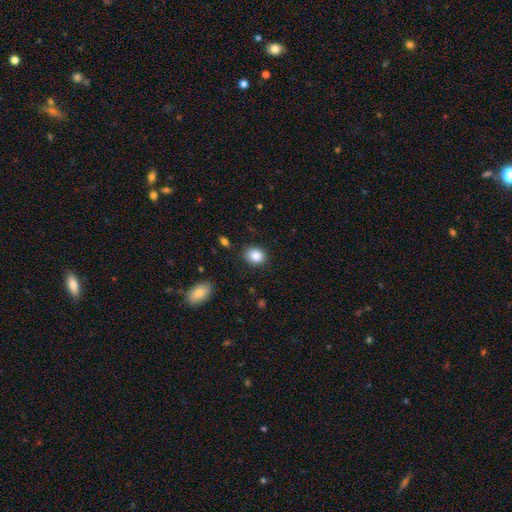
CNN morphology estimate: smooth 85%, star or artifact 9%, featured or disk 6%. Down the decision tree: how rounded — in between (50%); merging — none (86%).